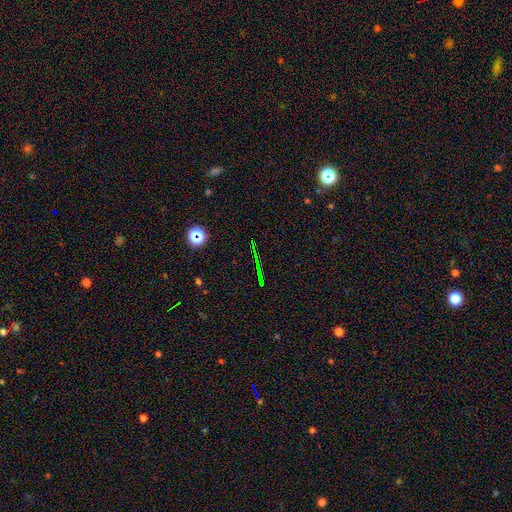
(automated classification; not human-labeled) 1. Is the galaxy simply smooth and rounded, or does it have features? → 72% star or artifact, 15% featured or disk, 13% smooth.